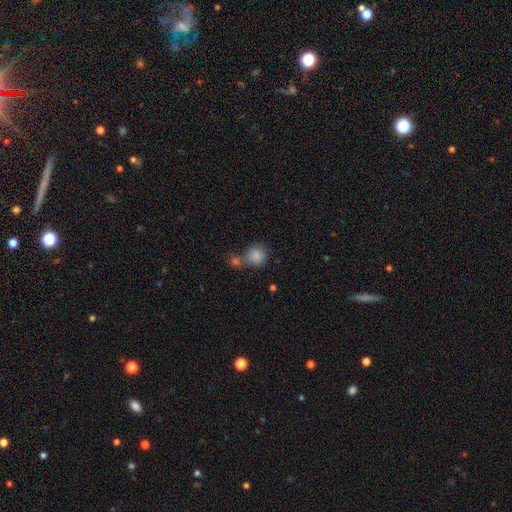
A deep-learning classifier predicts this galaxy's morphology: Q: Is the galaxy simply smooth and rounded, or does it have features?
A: smooth — 85%.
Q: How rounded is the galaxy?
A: round — 81%.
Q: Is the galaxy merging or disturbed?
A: none — 49%.